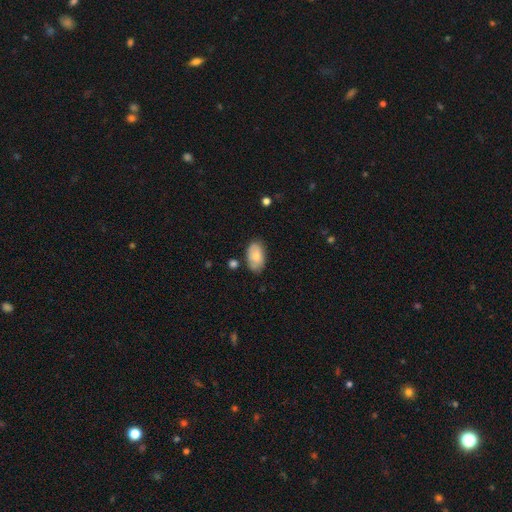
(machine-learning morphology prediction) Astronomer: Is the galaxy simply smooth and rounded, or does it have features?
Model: smooth — 74%.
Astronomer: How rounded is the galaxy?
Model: in between — 93%.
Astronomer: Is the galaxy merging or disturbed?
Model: none — 74%.